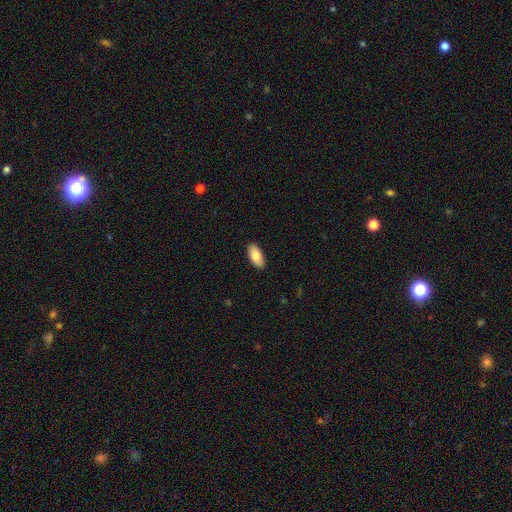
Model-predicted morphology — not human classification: smooth_or_featured: smooth (p=0.83) [alt: featured or disk p=0.11]
how_rounded: in between (p=0.90) [alt: cigar-shaped p=0.08]
merging: none (p=0.88) [alt: minor disturbance p=0.09]